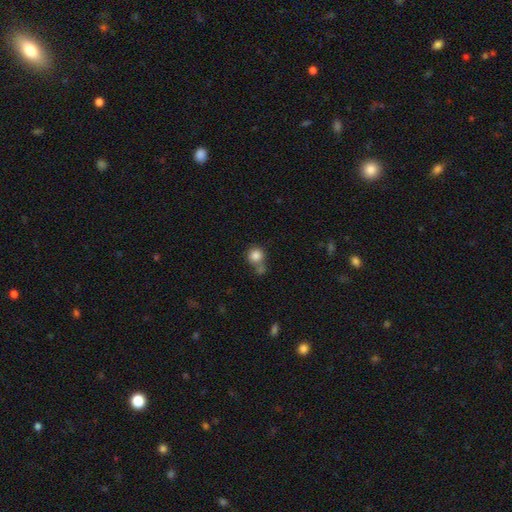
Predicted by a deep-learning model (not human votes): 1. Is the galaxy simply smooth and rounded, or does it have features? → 84% smooth, 10% star or artifact, 6% featured or disk.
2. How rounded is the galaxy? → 89% round, 10% in between, 1% cigar-shaped.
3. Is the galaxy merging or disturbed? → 51% none, 30% merger, 13% minor disturbance, 6% major disturbance.